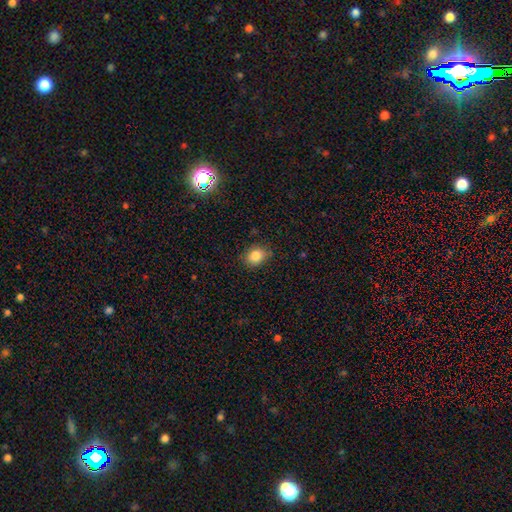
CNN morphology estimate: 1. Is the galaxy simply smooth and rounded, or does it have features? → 84% smooth, 10% star or artifact, 6% featured or disk.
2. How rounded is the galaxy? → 52% in between, 47% round, 1% cigar-shaped.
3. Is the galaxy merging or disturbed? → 83% none, 13% minor disturbance, 3% major disturbance, 1% merger.